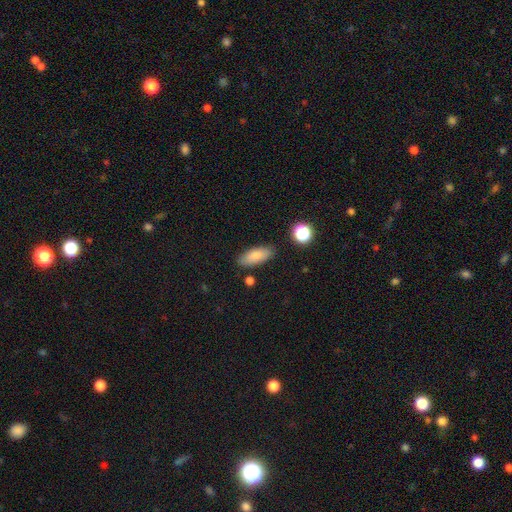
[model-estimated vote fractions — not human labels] The model was most divided on "how rounded": in between: 74%, cigar-shaped: 23%, round: 3%. More confident: merging — none (84%); smooth or featured — smooth (84%).